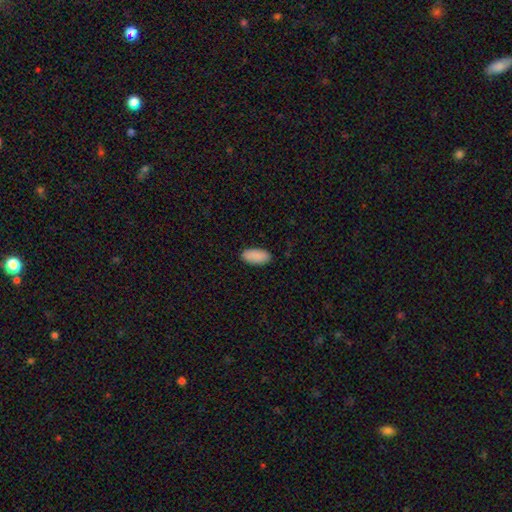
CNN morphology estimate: Smooth or featured? Predicted: smooth (p=0.89). How rounded? Predicted: in between (p=0.93). Merging? Predicted: none (p=0.89).